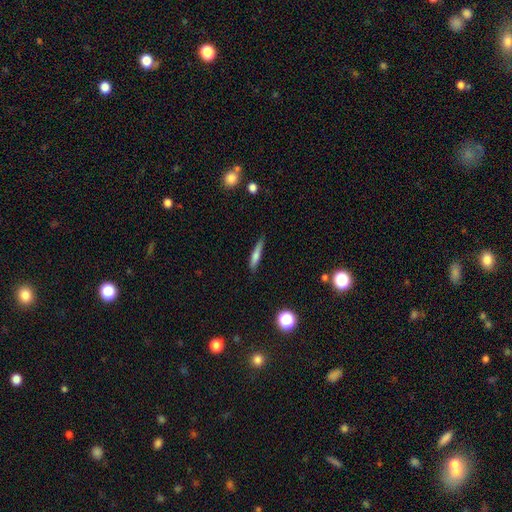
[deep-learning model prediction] smooth-or-featured: smooth: 66% | featured or disk: 26% | star or artifact: 8%
  how-rounded: cigar-shaped: 87% | in between: 11% | round: 2%
  merging: none: 77% | minor disturbance: 17% | major disturbance: 3% | merger: 2%